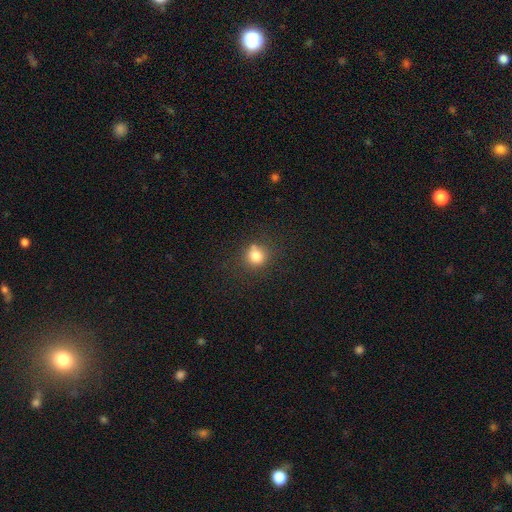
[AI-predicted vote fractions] Smooth or featured?
  - smooth: 79% *
  - star or artifact: 13%
  - featured or disk: 8%
How rounded?
  - round: 85% *
  - in between: 14%
  - cigar-shaped: 1%
Merging?
  - none: 70% *
  - minor disturbance: 14%
  - merger: 12%
  - major disturbance: 5%